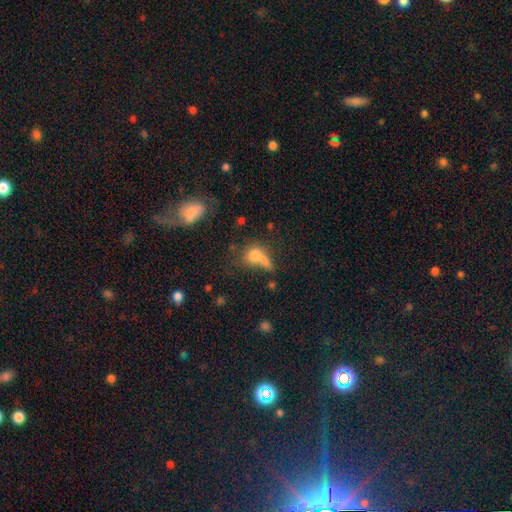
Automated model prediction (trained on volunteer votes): A smooth galaxy with no disk features (71%) that is round (53%).

Vote fractions:
- Smooth or featured? smooth: 71% / featured or disk: 16% / star or artifact: 13%
- How rounded? round: 53% / in between: 42% / cigar-shaped: 5%
- Merging? merger: 41% / none: 33% / minor disturbance: 14% / major disturbance: 13%